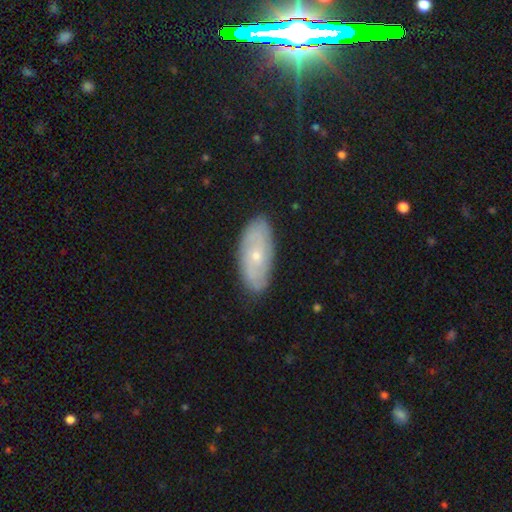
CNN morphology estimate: This appears to be a featured or disk galaxy (57%). Merging: none (83%).